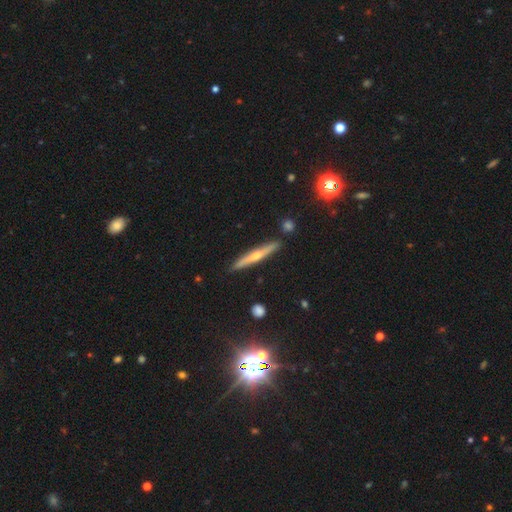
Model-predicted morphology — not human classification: smooth-or-featured: featured or disk: 65% | smooth: 28% | star or artifact: 8%
  disk-edge-on: yes: 97% | no: 3%
    edge-on-bulge: rounded: 82% | none: 15% | boxy: 4%
  merging: none: 88% | minor disturbance: 8% | merger: 2% | major disturbance: 2%